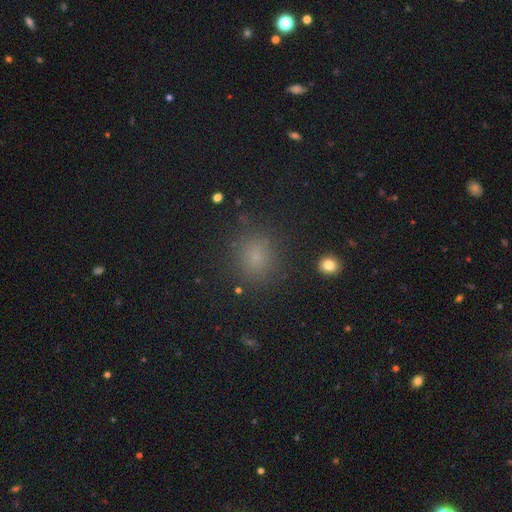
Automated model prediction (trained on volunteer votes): Morphology: type=smooth (71%); roundness=round (72%); merging=none (84%).